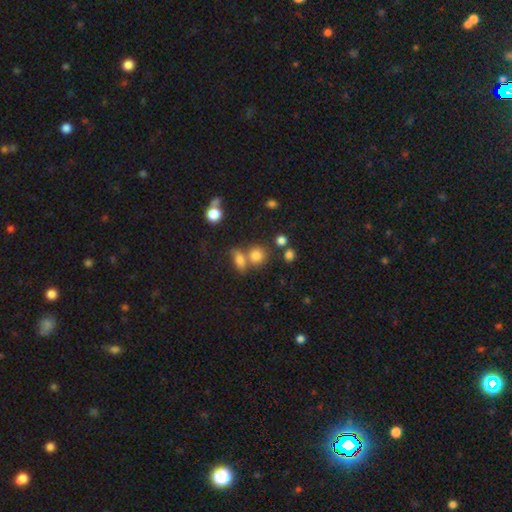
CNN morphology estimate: This is likely a smooth galaxy (77%). How rounded: likely round (76%). Merging: possibly none (51%).